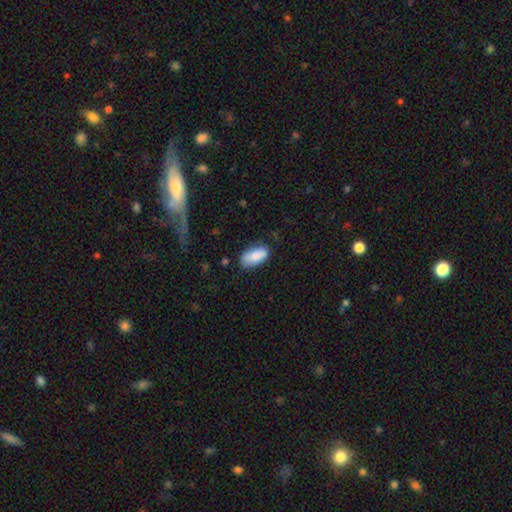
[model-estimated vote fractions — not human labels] A smooth galaxy with no disk features (87%) that is in between round and cigar-shaped (92%). Merging: none (76%).